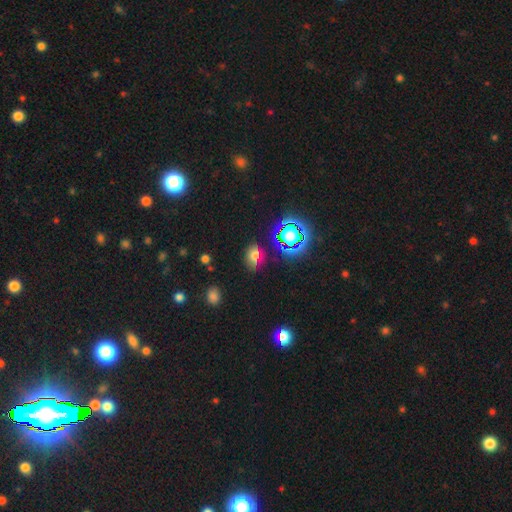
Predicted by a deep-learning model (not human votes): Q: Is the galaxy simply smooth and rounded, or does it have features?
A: smooth — 58%.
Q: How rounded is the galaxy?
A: in between — 62%.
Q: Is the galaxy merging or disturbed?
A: none — 74%.